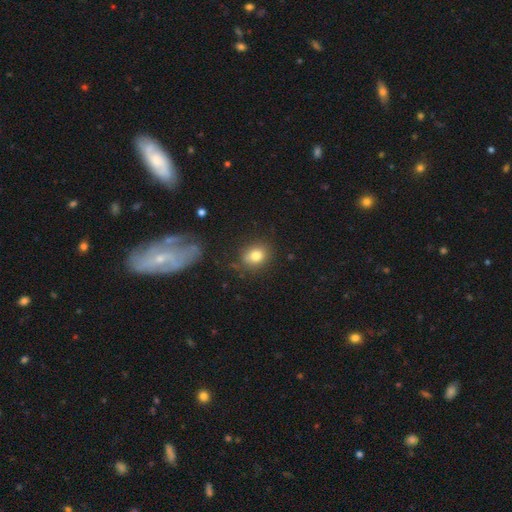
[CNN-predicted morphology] Q: Smooth or featured?
A: smooth (81%); runner-up: star or artifact (10%)
Q: How rounded?
A: round (58%); runner-up: in between (41%)
Q: Merging?
A: none (79%); runner-up: minor disturbance (15%)